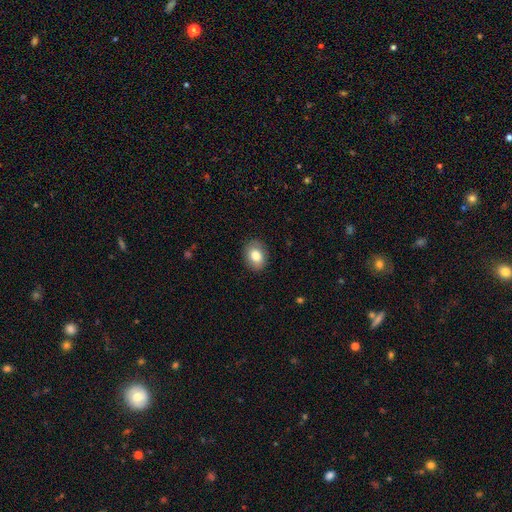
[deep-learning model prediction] Smooth or featured: smooth — 80% (featured or disk — 12%)
How rounded: in between — 68% (round — 31%)
Merging: none — 88% (minor disturbance — 9%)